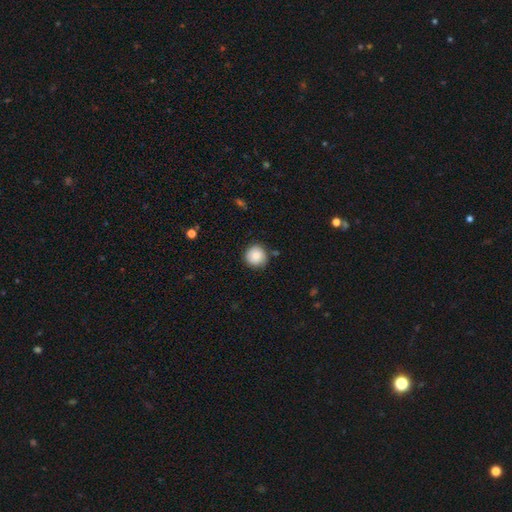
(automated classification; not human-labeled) Q: Smooth or featured?
A: smooth (82%); runner-up: featured or disk (9%)
Q: How rounded?
A: round (94%); runner-up: in between (5%)
Q: Merging?
A: none (84%); runner-up: minor disturbance (12%)